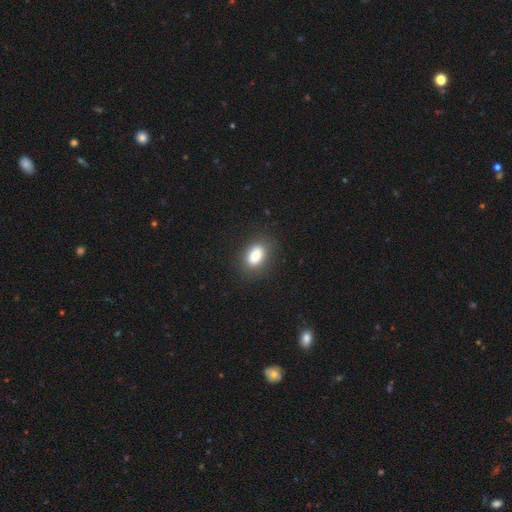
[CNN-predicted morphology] Q: Smooth or featured?
A: smooth (81%); runner-up: featured or disk (10%)
Q: How rounded?
A: in between (83%); runner-up: round (16%)
Q: Merging?
A: none (83%); runner-up: minor disturbance (12%)